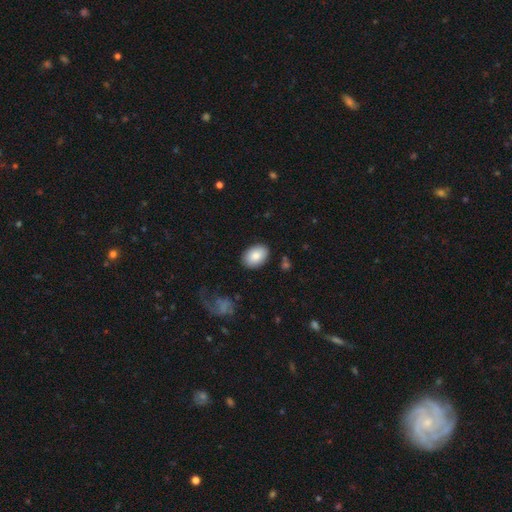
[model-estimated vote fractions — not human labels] This appears to be a smooth galaxy with no disk features (86%) that is in between round and cigar-shaped (83%). Merging: none (86%).